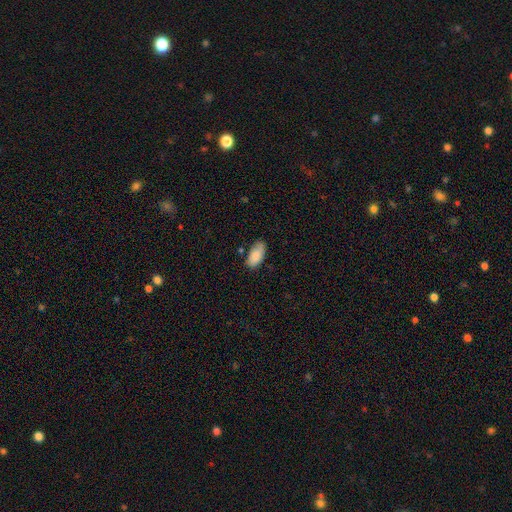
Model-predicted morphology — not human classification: The model was most divided on "merging": none: 71%, minor disturbance: 22%, major disturbance: 4%, merger: 3%. More confident: how rounded — in between (93%); smooth or featured — smooth (86%).